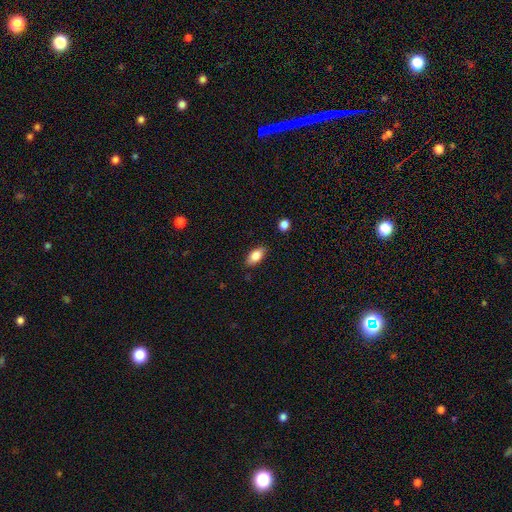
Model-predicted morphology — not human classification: This appears to be a smooth galaxy with no disk features (85%) that is in between round and cigar-shaped (90%). Merging: none (84%).